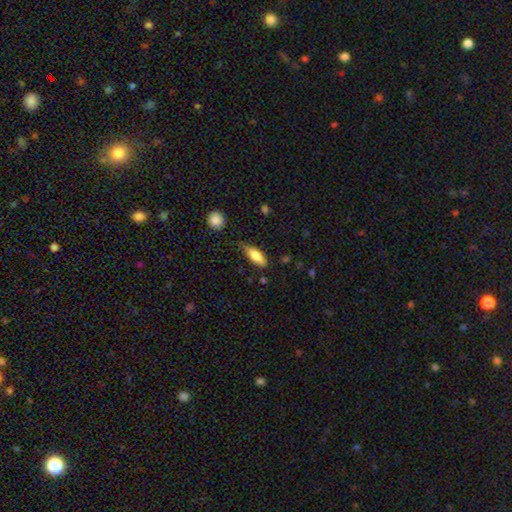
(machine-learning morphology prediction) smooth_or_featured: smooth (p=0.79) [alt: featured or disk p=0.14]
how_rounded: in between (p=0.67) [alt: cigar-shaped p=0.30]
merging: none (p=0.63) [alt: minor disturbance p=0.28]